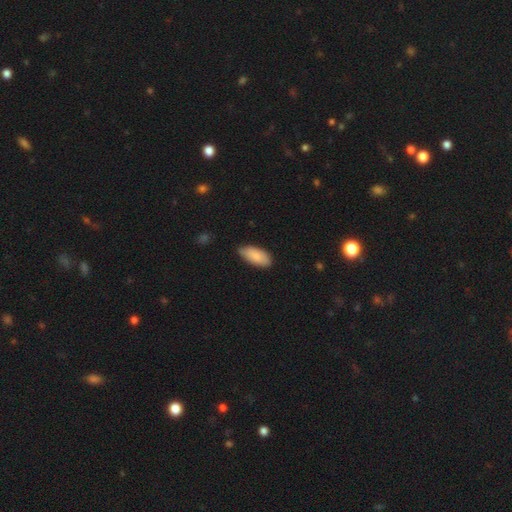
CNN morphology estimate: A smooth galaxy with no disk features (86%) that is in between round and cigar-shaped (91%). Merging: none (73%).